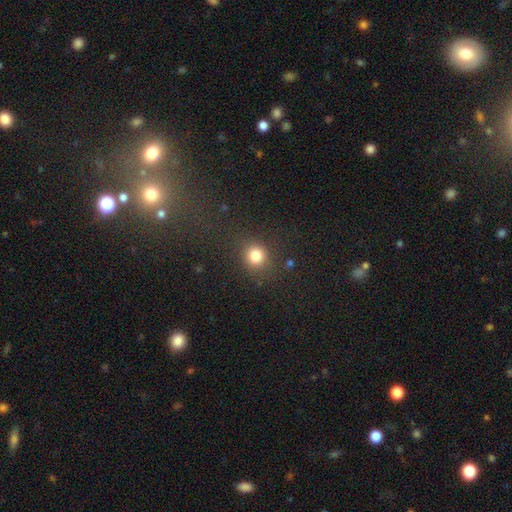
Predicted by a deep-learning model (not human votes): Smooth or featured? Predicted: smooth (p=0.82). How rounded? Predicted: round (p=0.85). Merging? Predicted: none (p=0.80).